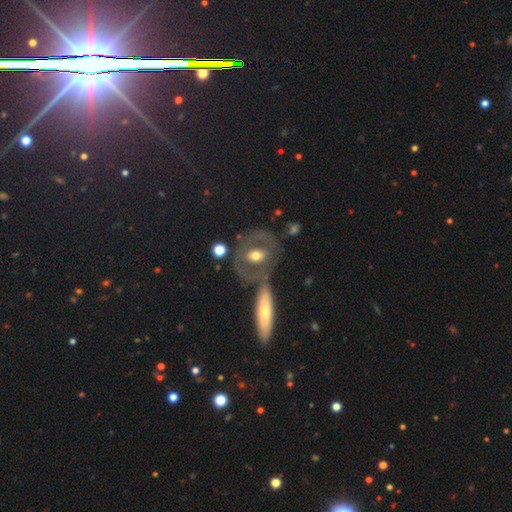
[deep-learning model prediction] smooth-or-featured: featured or disk: 56% | smooth: 38% | star or artifact: 7%
  disk-edge-on: no: 87% | yes: 13%
  merging: none: 63% | merger: 15% | minor disturbance: 14% | major disturbance: 8%